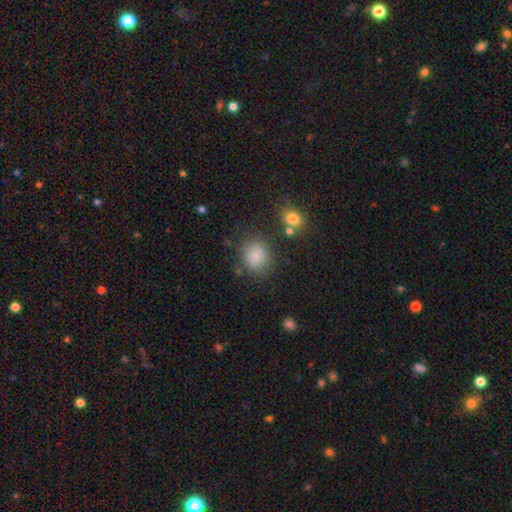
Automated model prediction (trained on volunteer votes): smooth-or-featured: smooth: 84% | star or artifact: 11% | featured or disk: 5%
  how-rounded: round: 64% | in between: 35% | cigar-shaped: 1%
  merging: none: 76% | minor disturbance: 13% | major disturbance: 5% | merger: 5%